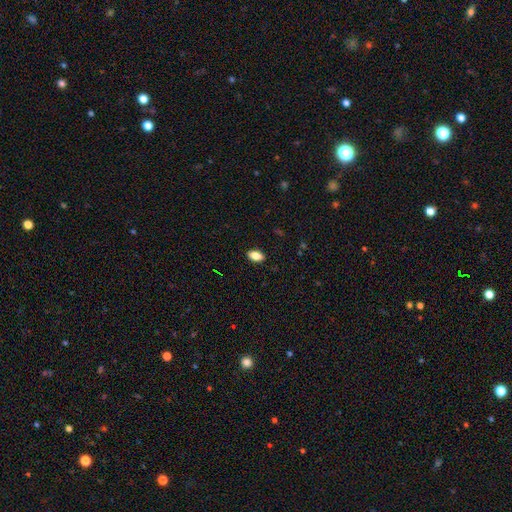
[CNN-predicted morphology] A smooth galaxy with no disk features (83%) that is in between round and cigar-shaped (90%). Merging: none (89%).